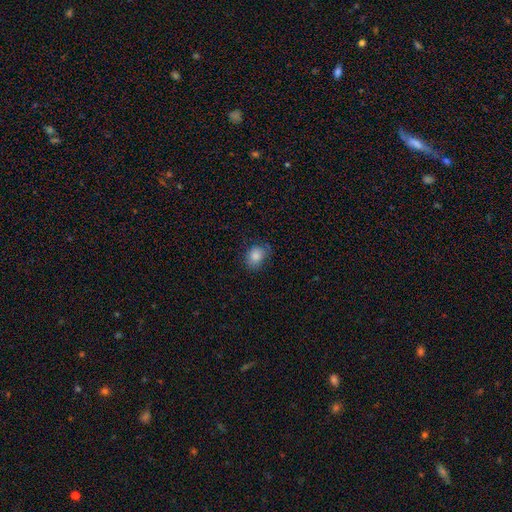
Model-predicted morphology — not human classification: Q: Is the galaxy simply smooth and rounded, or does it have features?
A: smooth — 84%.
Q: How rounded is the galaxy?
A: in between — 50%.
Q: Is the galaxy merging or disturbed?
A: none — 72%.